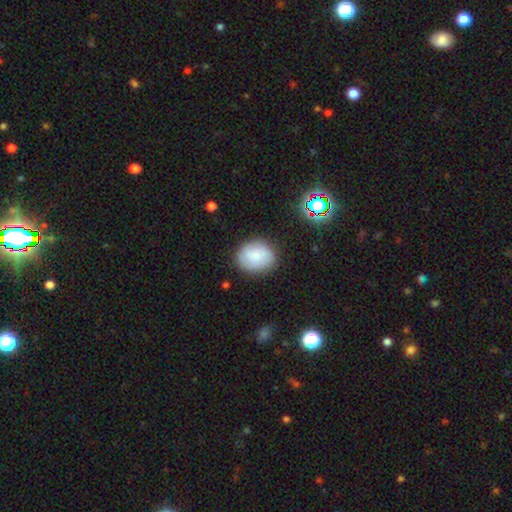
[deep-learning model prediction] Morphology: type=smooth (76%); roundness=round (54%); merging=none (82%).